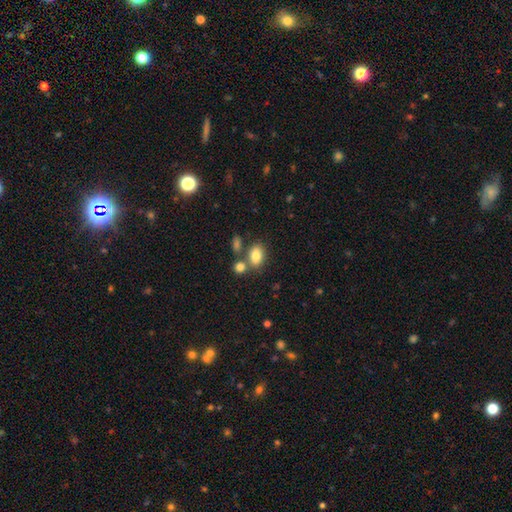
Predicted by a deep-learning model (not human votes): Smooth or featured? smooth (83%)
How rounded? in between (82%)
Merging? none (56%)